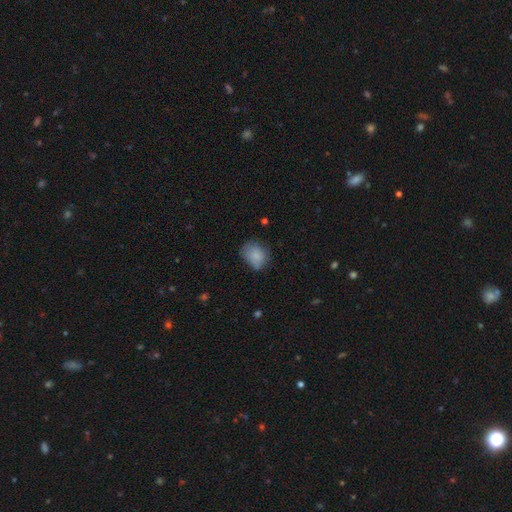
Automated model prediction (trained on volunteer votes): smooth 80%, featured or disk 11%, star or artifact 9%. Down the decision tree: how rounded — in between (50%); merging — none (54%).